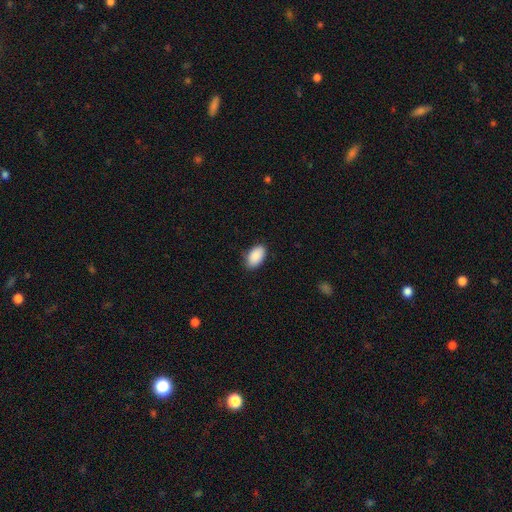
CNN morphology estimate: A smooth galaxy with no disk features (91%) that is in between round and cigar-shaped (94%).

Vote fractions:
- Smooth or featured? smooth: 91% / star or artifact: 6% / featured or disk: 3%
- How rounded? in between: 94% / round: 4% / cigar-shaped: 1%
- Merging? none: 85% / minor disturbance: 12% / major disturbance: 2% / merger: 1%